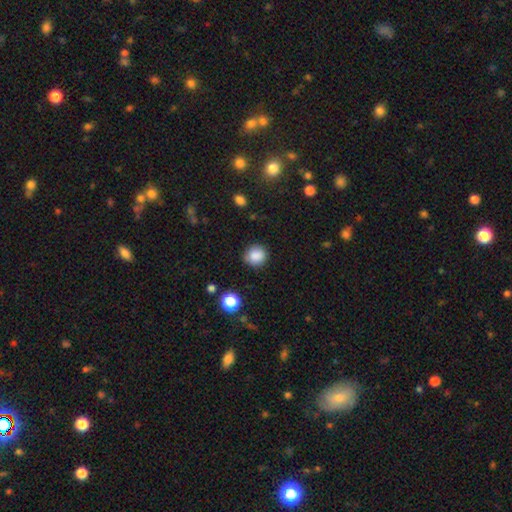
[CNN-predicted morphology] smooth-or-featured: smooth: 86% | star or artifact: 10% | featured or disk: 4%
  how-rounded: round: 88% | in between: 11% | cigar-shaped: 1%
  merging: none: 85% | minor disturbance: 11% | major disturbance: 3% | merger: 2%